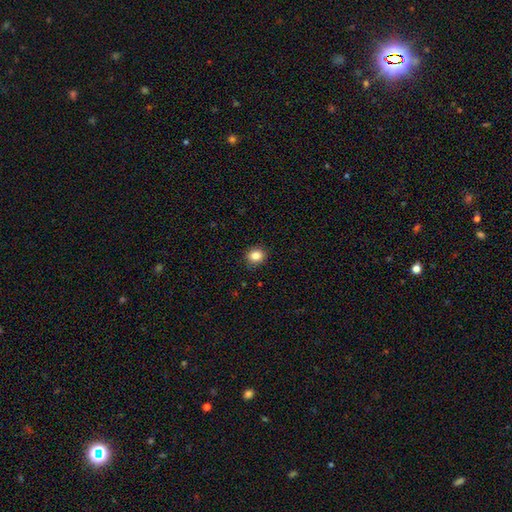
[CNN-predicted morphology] A smooth galaxy with no disk features (84%) that is round (67%). Merging: none (89%).